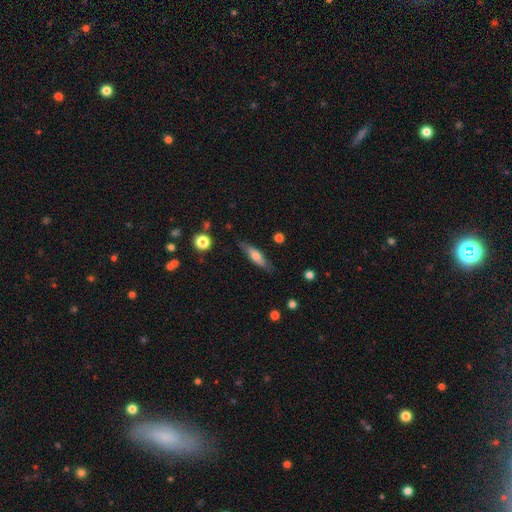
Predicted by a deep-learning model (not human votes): smooth-or-featured: smooth: 56% | featured or disk: 37% | star or artifact: 6%
  how-rounded: cigar-shaped: 64% | in between: 34% | round: 2%
  merging: none: 81% | minor disturbance: 14% | major disturbance: 3% | merger: 2%